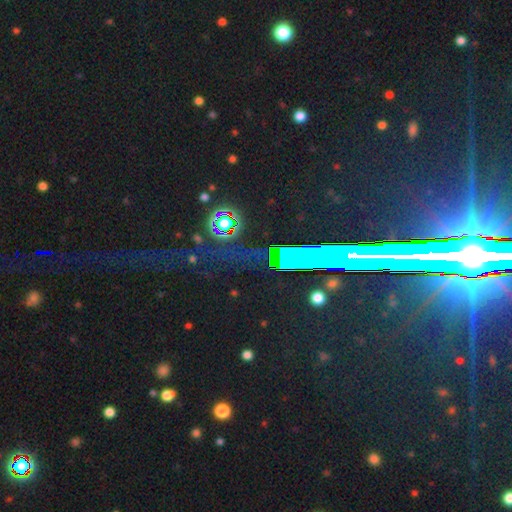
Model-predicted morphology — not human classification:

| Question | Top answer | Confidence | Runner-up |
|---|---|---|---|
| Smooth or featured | star or artifact | 73% | smooth (15%) |